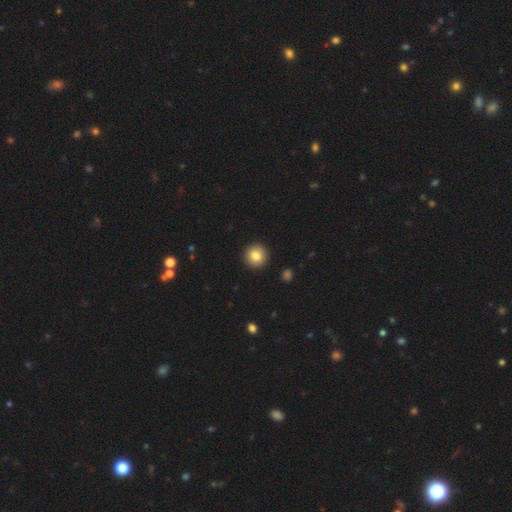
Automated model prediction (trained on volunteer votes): Smooth or featured: smooth — 84% (star or artifact — 9%)
How rounded: round — 94% (in between — 5%)
Merging: none — 93% (minor disturbance — 4%)